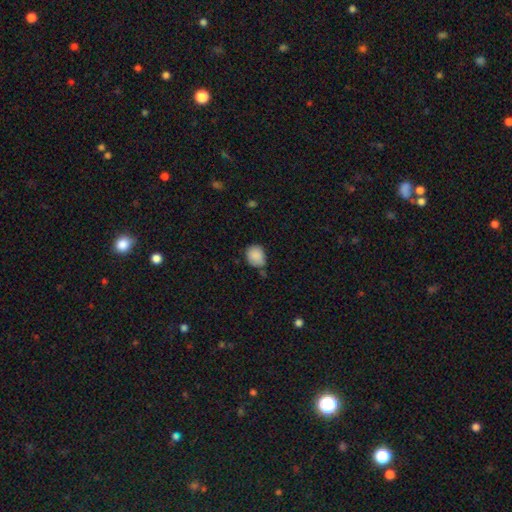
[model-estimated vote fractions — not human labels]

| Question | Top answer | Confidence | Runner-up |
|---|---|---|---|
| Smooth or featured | smooth | 87% | star or artifact (8%) |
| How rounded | round | 61% | in between (38%) |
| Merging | none | 58% | minor disturbance (30%) |